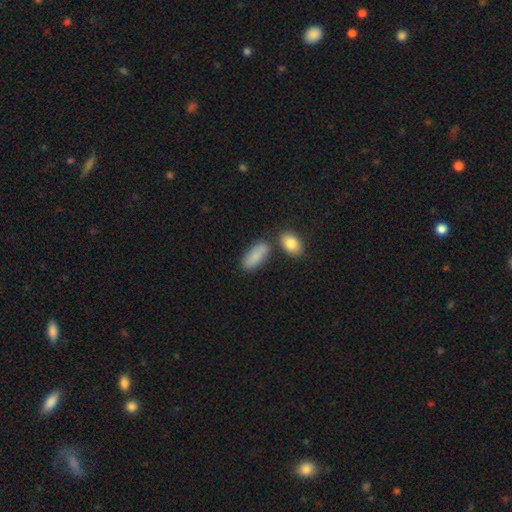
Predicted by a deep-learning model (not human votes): A smooth galaxy with no disk features (87%) that is in between round and cigar-shaped (79%).

Vote fractions:
- Smooth or featured? smooth: 87% / featured or disk: 7% / star or artifact: 6%
- How rounded? in between: 79% / cigar-shaped: 18% / round: 3%
- Merging? none: 70% / minor disturbance: 14% / merger: 11% / major disturbance: 4%